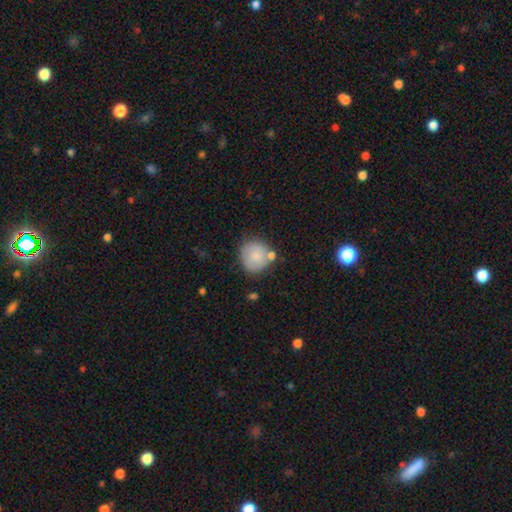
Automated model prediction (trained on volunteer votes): Q: Smooth or featured?
A: smooth (81%); runner-up: featured or disk (12%)
Q: How rounded?
A: round (86%); runner-up: in between (13%)
Q: Merging?
A: none (63%); runner-up: minor disturbance (18%)